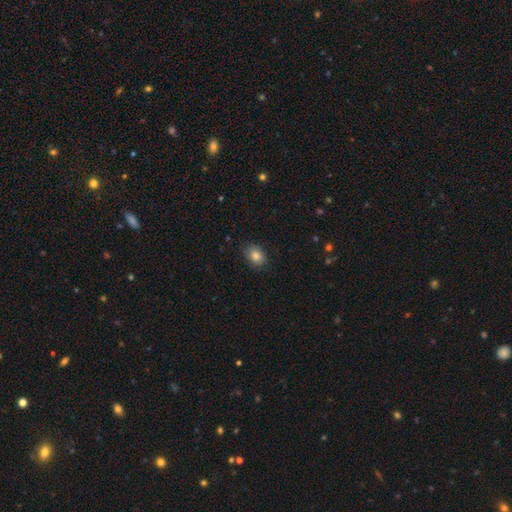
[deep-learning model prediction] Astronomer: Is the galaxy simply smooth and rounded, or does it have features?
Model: smooth — 84%.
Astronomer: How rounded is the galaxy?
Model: in between — 71%.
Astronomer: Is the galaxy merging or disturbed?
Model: none — 80%.